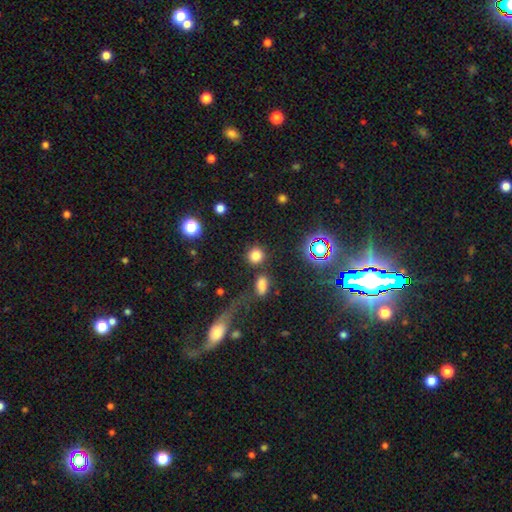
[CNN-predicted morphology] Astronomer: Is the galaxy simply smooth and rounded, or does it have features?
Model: smooth — 79%.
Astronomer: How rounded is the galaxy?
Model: round — 88%.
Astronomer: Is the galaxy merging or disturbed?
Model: none — 81%.